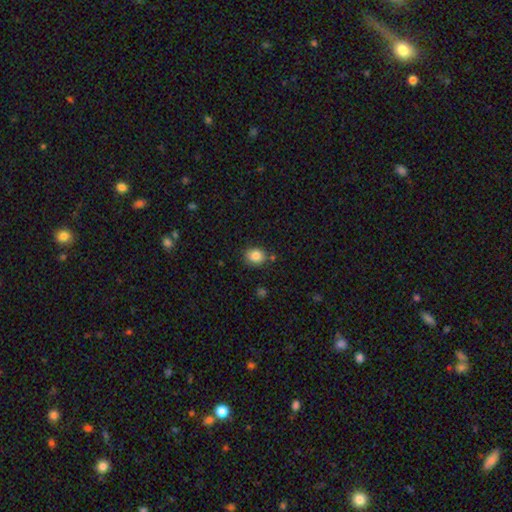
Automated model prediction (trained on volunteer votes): smooth-or-featured: smooth: 85% | star or artifact: 9% | featured or disk: 6%
  how-rounded: round: 65% | in between: 34% | cigar-shaped: 1%
  merging: none: 78% | minor disturbance: 14% | merger: 5% | major disturbance: 3%